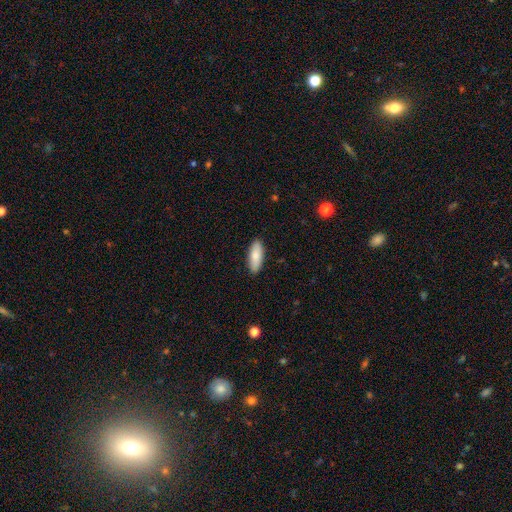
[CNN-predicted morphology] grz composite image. It shows a smooth galaxy with no disk features (84%) that is in between round and cigar-shaped (72%). Merging: none (89%).